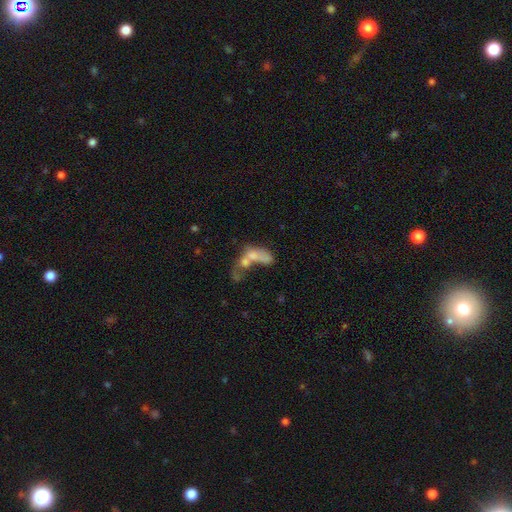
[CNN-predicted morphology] smooth 54%, featured or disk 34%, star or artifact 12%. Down the decision tree: how rounded — in between (75%); merging — merger (67%).